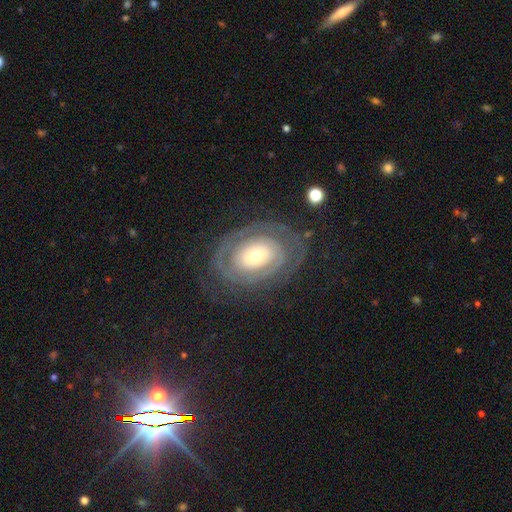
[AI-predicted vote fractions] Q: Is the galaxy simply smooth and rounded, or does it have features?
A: featured or disk — 74%.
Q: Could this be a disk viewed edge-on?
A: no — 94%.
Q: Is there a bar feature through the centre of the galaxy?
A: no — 83%.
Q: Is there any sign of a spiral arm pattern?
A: yes — 63%.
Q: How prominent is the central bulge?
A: small — 48%.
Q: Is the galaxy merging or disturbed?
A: none — 71%.